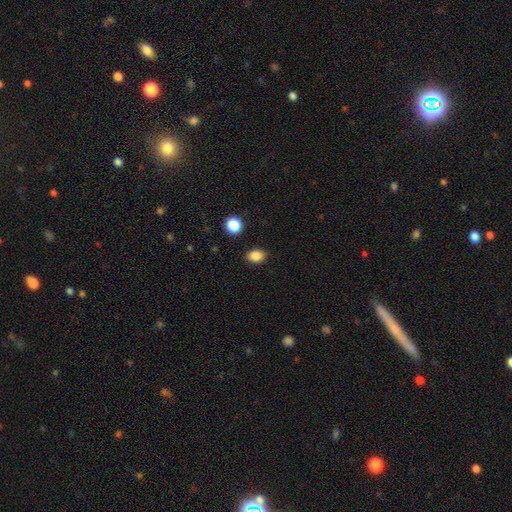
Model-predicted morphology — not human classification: This is clearly a smooth galaxy (86%). How rounded: likely in between (67%). Merging: clearly none (87%).